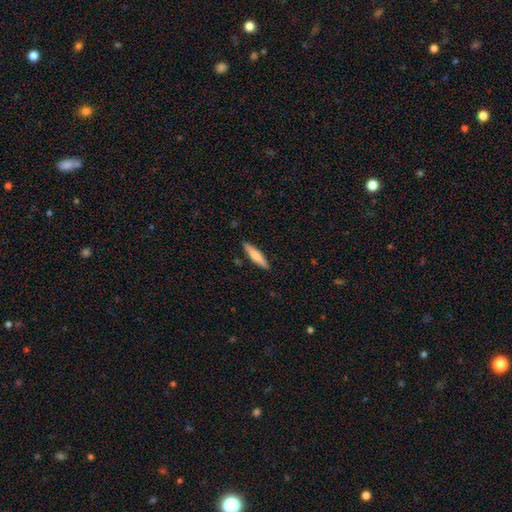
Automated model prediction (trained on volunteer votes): smooth 64%, featured or disk 30%, star or artifact 5%. Down the decision tree: how rounded — cigar-shaped (81%); merging — none (89%).